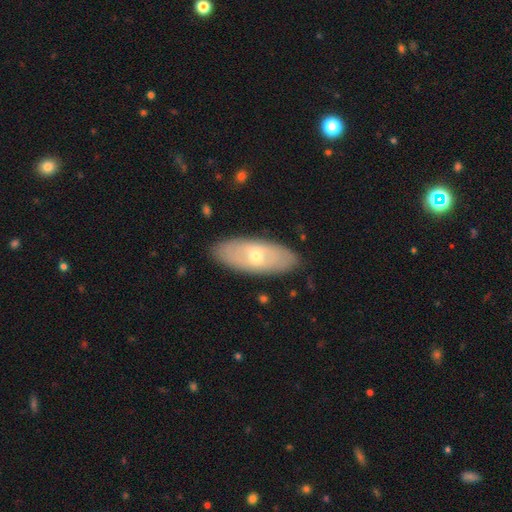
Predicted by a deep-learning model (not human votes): Smooth or featured: featured or disk — 48% (smooth — 46%)
Merging: none — 87% (minor disturbance — 10%)